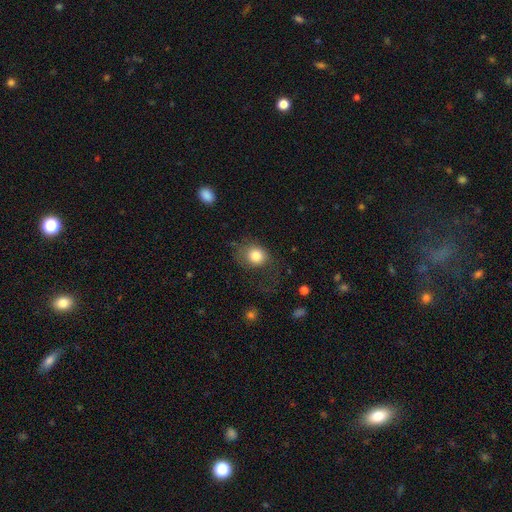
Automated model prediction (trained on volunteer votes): Smooth or featured? smooth (82%)
How rounded? round (64%)
Merging? none (53%)